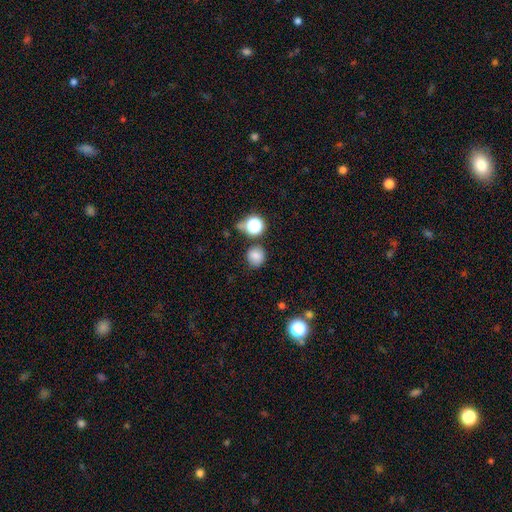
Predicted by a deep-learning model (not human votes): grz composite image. It shows a smooth galaxy with no disk features (80%) that is round (87%). Merging: none (75%).